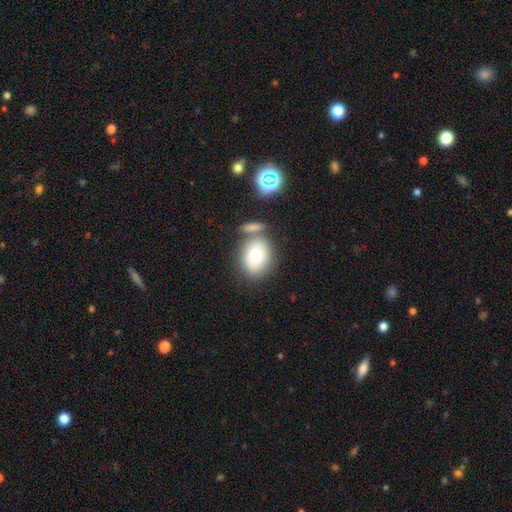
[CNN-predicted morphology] A smooth galaxy with no disk features (73%) that is in between round and cigar-shaped (54%). Merging: none (62%).